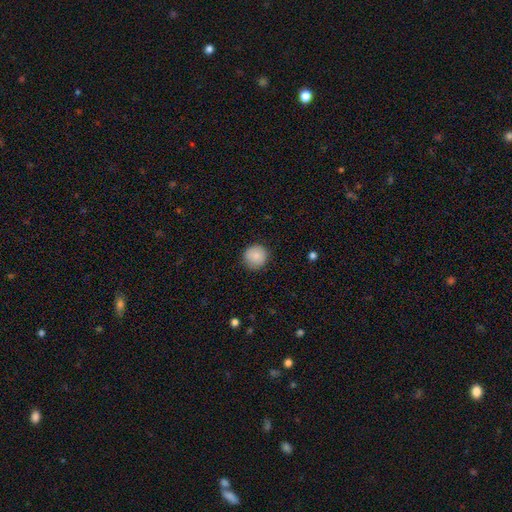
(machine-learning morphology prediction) type=smooth (86%); roundness=round (95%); merging=none (88%).